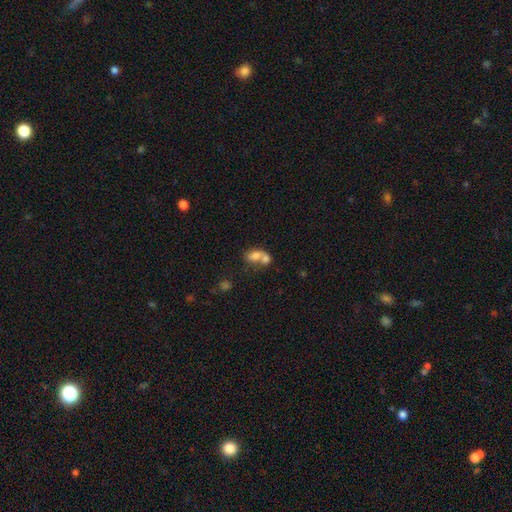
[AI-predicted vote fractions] A smooth galaxy with no disk features (65%) that is in between round and cigar-shaped (73%).

Vote fractions:
- Smooth or featured? smooth: 65% / featured or disk: 24% / star or artifact: 11%
- How rounded? in between: 73% / round: 24% / cigar-shaped: 3%
- Merging? merger: 69% / none: 17% / minor disturbance: 7% / major disturbance: 7%